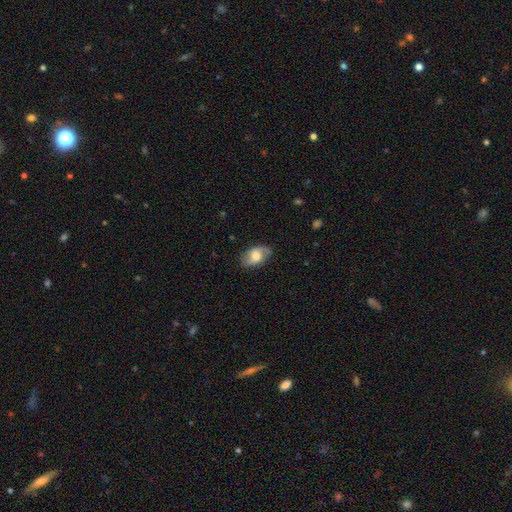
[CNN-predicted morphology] Smooth or featured? Predicted: smooth (p=0.52). How rounded? Predicted: in between (p=0.90). Merging? Predicted: none (p=0.75).